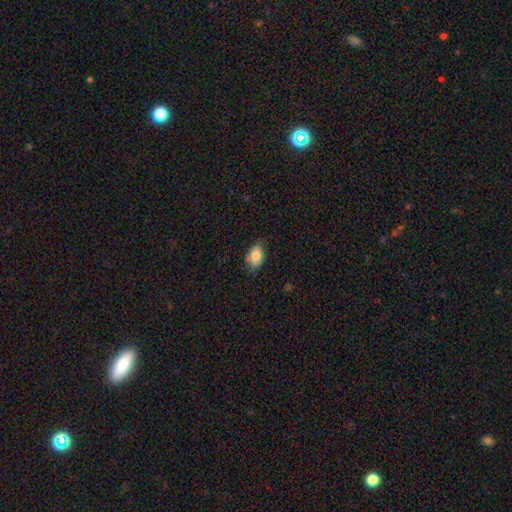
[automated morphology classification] Smooth or featured? smooth (80%)
How rounded? in between (87%)
Merging? none (69%)